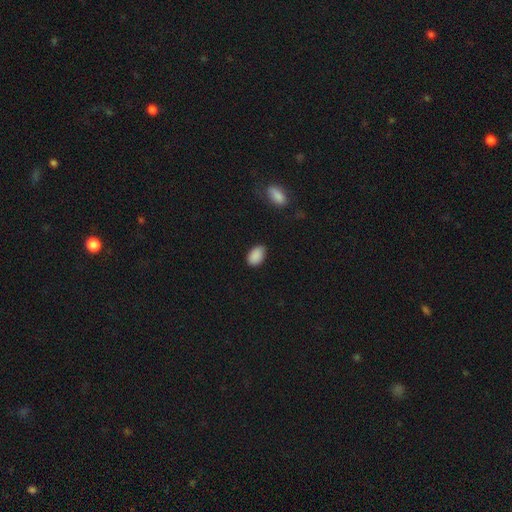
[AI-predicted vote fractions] This appears to be a smooth galaxy with no disk features (89%) that is in between round and cigar-shaped (90%). Merging: none (79%).